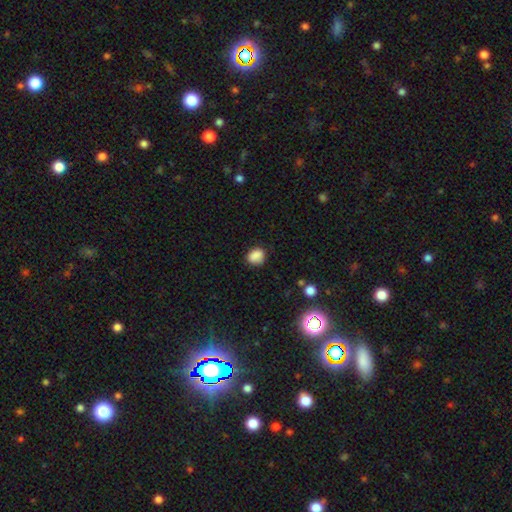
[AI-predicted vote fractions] Smooth or featured: smooth — 86% (star or artifact — 10%)
How rounded: round — 53% (in between — 46%)
Merging: none — 78% (minor disturbance — 17%)